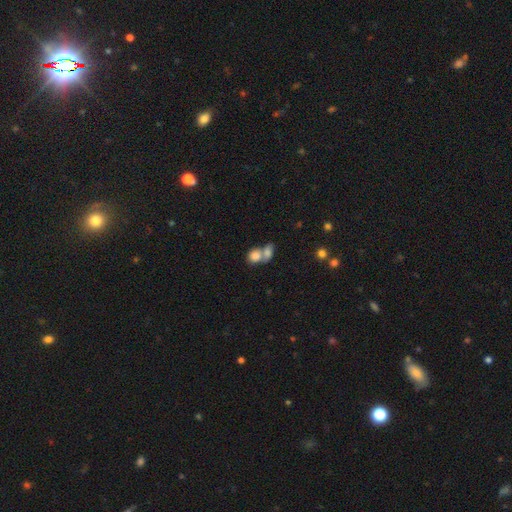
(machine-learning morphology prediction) Overall: smooth (80%). How rounded: round (52%; in between 46%). Merging: merger (67%).